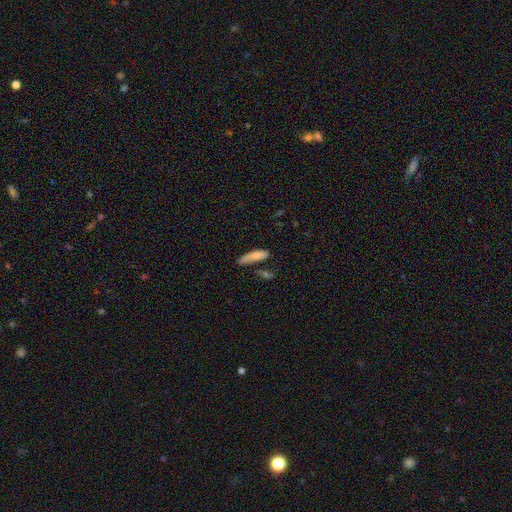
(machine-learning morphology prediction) This is likely a smooth galaxy (78%). How rounded: likely cigar-shaped (73%). Merging: possibly none (52%).